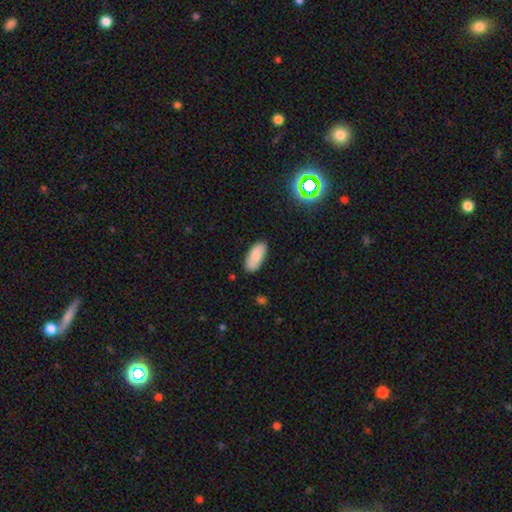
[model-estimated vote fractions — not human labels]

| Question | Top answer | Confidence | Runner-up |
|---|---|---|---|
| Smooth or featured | smooth | 85% | featured or disk (8%) |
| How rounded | in between | 87% | cigar-shaped (11%) |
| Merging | none | 81% | minor disturbance (14%) |